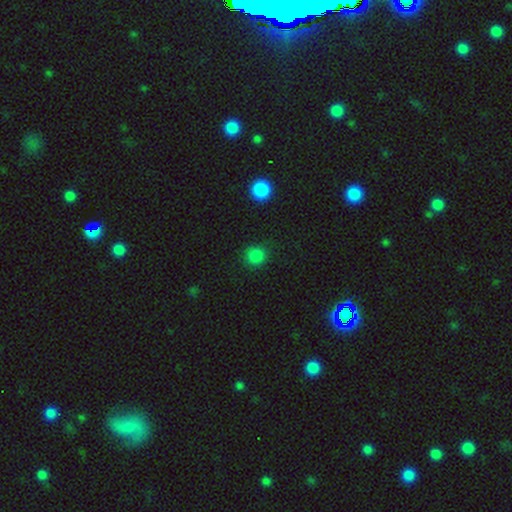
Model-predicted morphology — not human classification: Smooth or featured?
  - smooth: 85% *
  - star or artifact: 13%
  - featured or disk: 3%
How rounded?
  - round: 92% *
  - in between: 7%
  - cigar-shaped: 1%
Merging?
  - none: 89% *
  - minor disturbance: 7%
  - major disturbance: 2%
  - merger: 2%